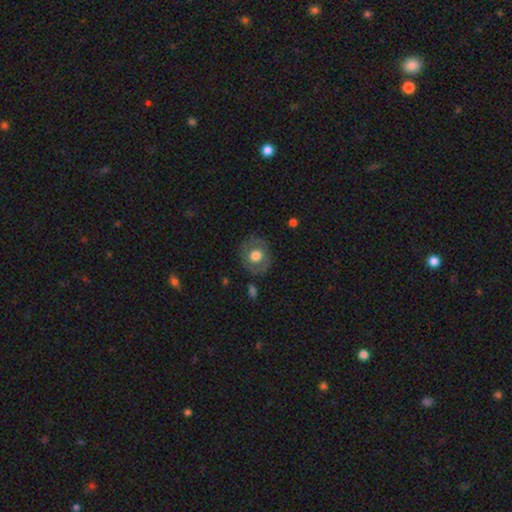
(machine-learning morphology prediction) smooth 57%, featured or disk 35%, star or artifact 8%. Down the decision tree: how rounded — round (78%); merging — none (79%).